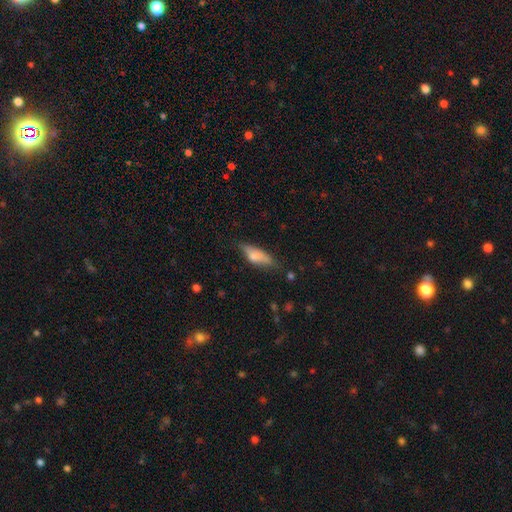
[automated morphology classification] smooth-or-featured: smooth: 64% | featured or disk: 28% | star or artifact: 8%
  how-rounded: in between: 57% | cigar-shaped: 40% | round: 3%
  merging: none: 58% | minor disturbance: 28% | major disturbance: 10% | merger: 4%